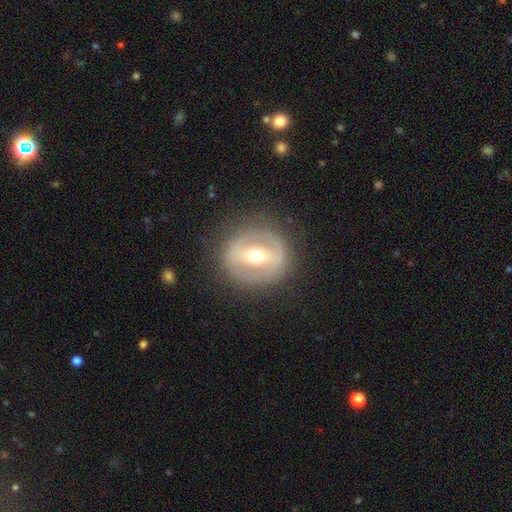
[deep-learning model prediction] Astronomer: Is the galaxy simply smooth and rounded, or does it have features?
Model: featured or disk — 71%.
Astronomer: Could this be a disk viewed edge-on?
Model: no — 91%.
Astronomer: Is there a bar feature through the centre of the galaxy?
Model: strong — 63%.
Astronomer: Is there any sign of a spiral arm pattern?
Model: no — 75%.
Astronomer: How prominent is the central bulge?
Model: moderate — 67%.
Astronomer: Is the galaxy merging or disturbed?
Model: none — 83%.